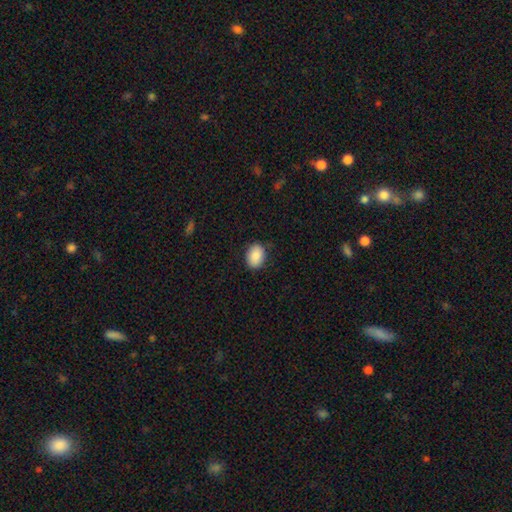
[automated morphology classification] smooth 87%, star or artifact 7%, featured or disk 6%. Down the decision tree: how rounded — in between (71%); merging — none (85%).